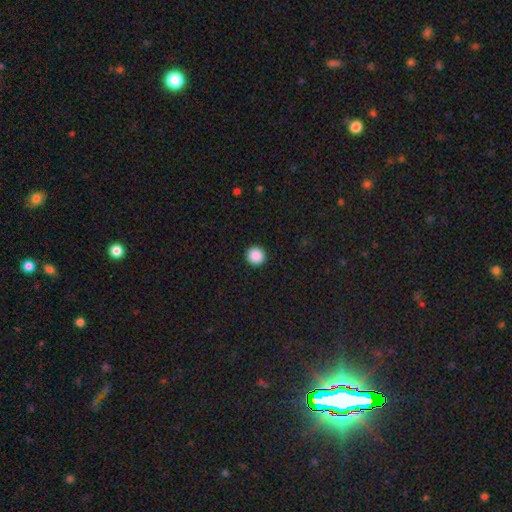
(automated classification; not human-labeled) Smooth or featured: smooth — 89% (star or artifact — 9%)
How rounded: round — 96% (in between — 3%)
Merging: none — 93% (minor disturbance — 4%)